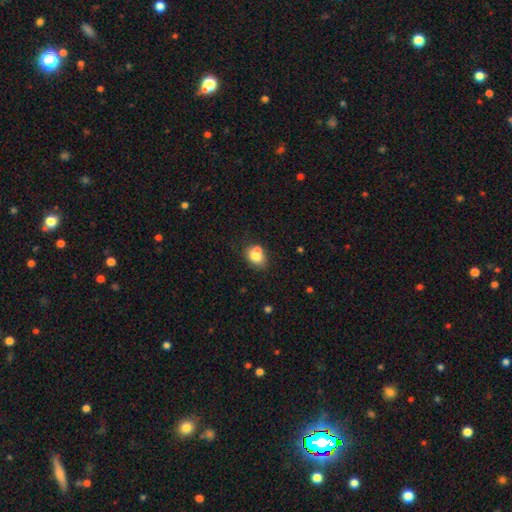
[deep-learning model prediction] Smooth or featured? Predicted: smooth (p=0.75). How rounded? Predicted: round (p=0.50). Merging? Predicted: none (p=0.44).